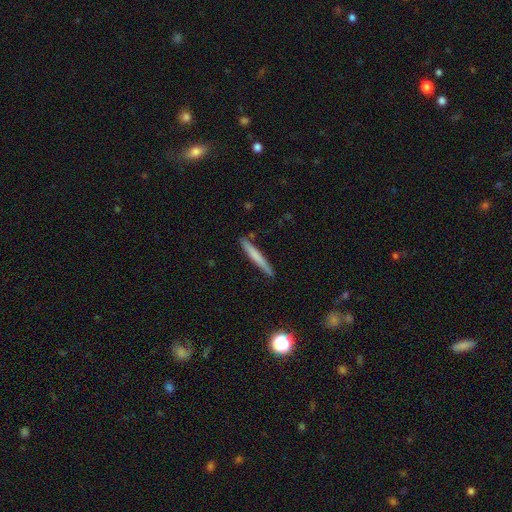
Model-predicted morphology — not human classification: Smooth or featured? smooth (66%)
How rounded? cigar-shaped (96%)
Merging? none (88%)